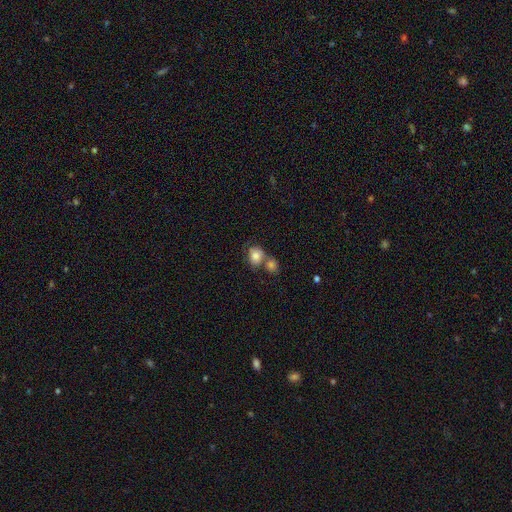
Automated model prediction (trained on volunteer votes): A smooth galaxy with no disk features (80%) that is round (62%). Merging: merger (48%).